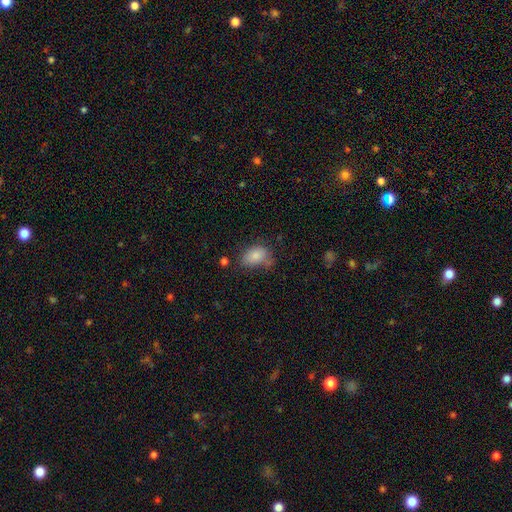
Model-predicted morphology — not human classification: Smooth or featured? smooth (83%)
How rounded? in between (88%)
Merging? none (52%)